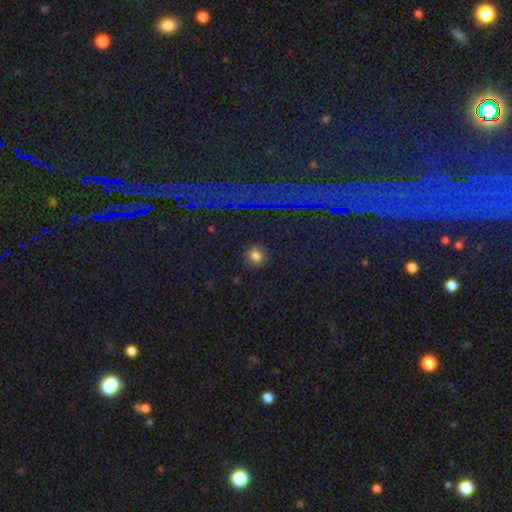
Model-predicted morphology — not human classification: This is likely a smooth galaxy (75%). How rounded: likely round (77%). Merging: clearly none (87%).